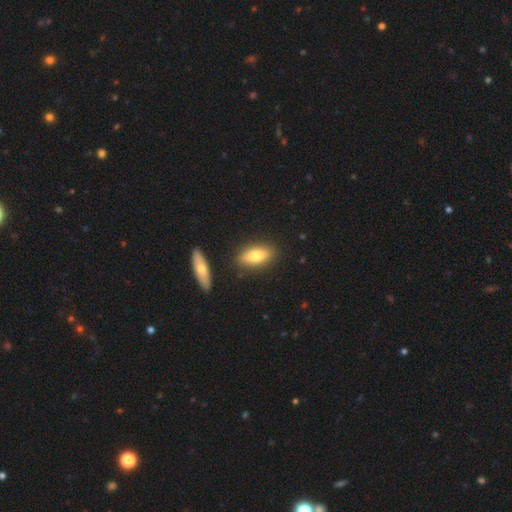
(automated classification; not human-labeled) Smooth or featured: smooth — 73% (featured or disk — 20%)
How rounded: in between — 79% (cigar-shaped — 18%)
Merging: none — 84% (minor disturbance — 10%)